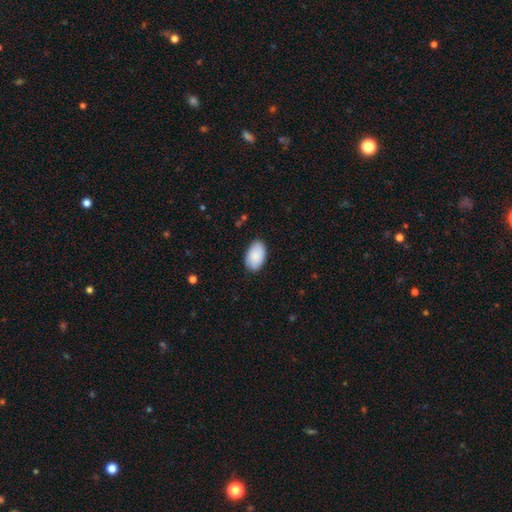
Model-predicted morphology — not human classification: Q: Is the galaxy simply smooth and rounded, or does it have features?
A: smooth — 87%.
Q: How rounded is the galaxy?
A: in between — 93%.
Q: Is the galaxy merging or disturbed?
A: none — 84%.